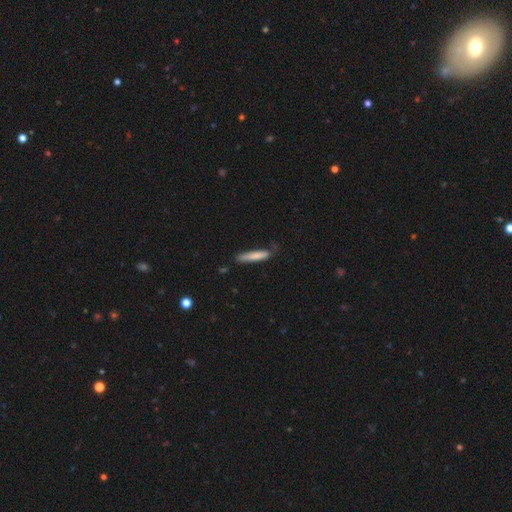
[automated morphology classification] Overall: smooth (79%). How rounded: cigar-shaped (91%). Merging: none (69%).